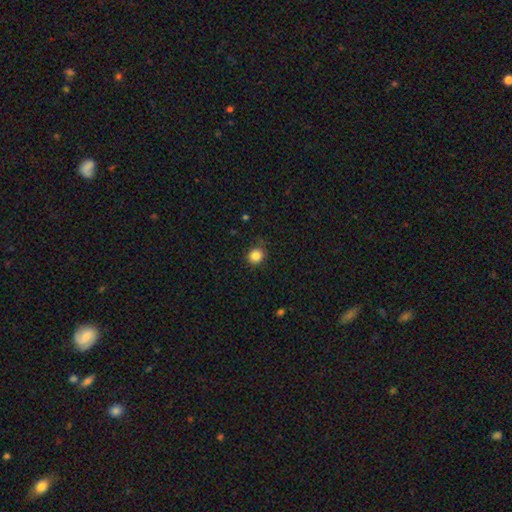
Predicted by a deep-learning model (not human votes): Overall: smooth (85%). How rounded: round (87%). Merging: none (83%).